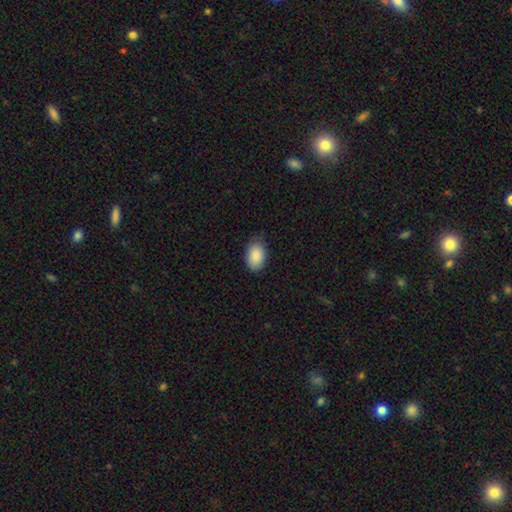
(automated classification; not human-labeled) This appears to be a smooth galaxy with no disk features (89%) that is in between round and cigar-shaped (91%). Merging: none (75%).